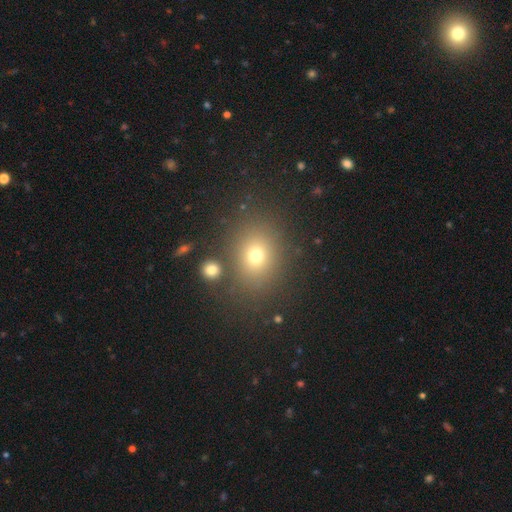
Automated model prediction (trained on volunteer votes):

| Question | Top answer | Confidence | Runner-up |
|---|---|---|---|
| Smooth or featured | smooth | 71% | star or artifact (18%) |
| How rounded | round | 53% | in between (46%) |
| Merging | none | 80% | minor disturbance (10%) |